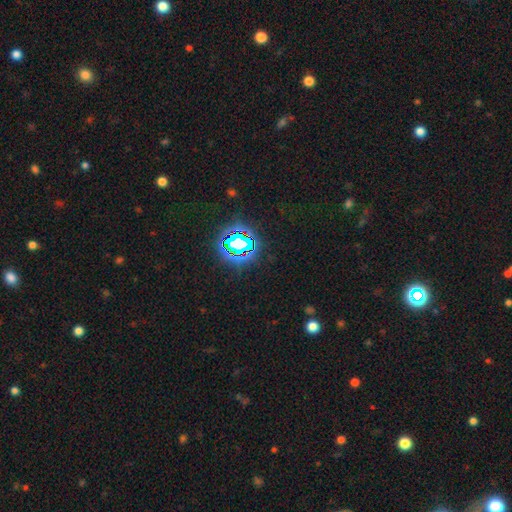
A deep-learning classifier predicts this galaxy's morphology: This is likely a star or artifact rather than a galaxy (79%).